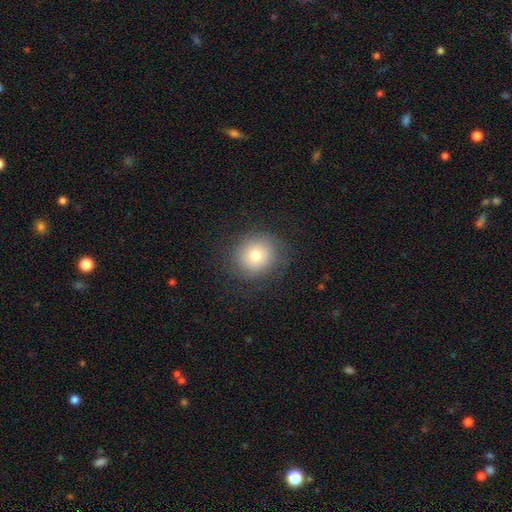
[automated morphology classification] type=smooth (72%); roundness=round (90%); merging=none (81%).